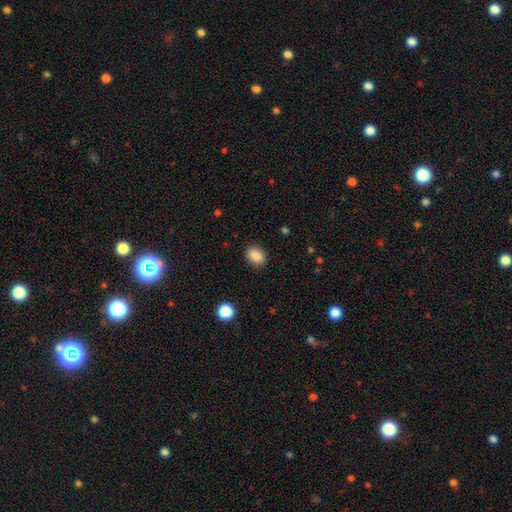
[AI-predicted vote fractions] Smooth or featured? smooth (87%)
How rounded? in between (70%)
Merging? none (88%)